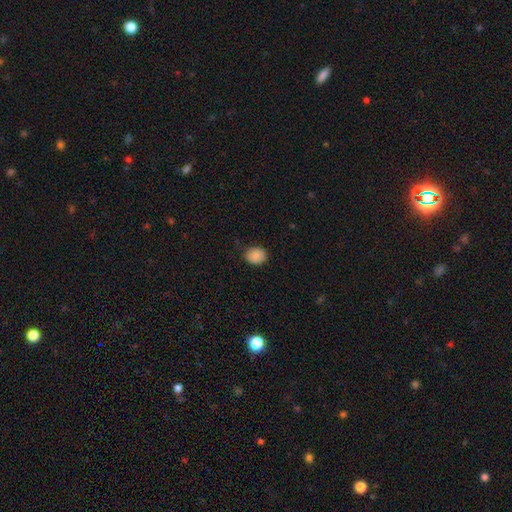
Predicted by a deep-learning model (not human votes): Q: Smooth or featured?
A: smooth (87%); runner-up: star or artifact (8%)
Q: How rounded?
A: round (56%); runner-up: in between (43%)
Q: Merging?
A: none (75%); runner-up: minor disturbance (21%)